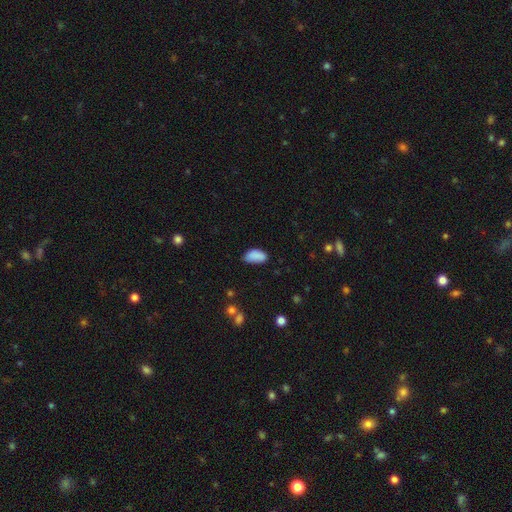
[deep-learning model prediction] Smooth or featured: smooth — 87% (star or artifact — 8%)
How rounded: in between — 94% (round — 4%)
Merging: none — 62% (minor disturbance — 30%)